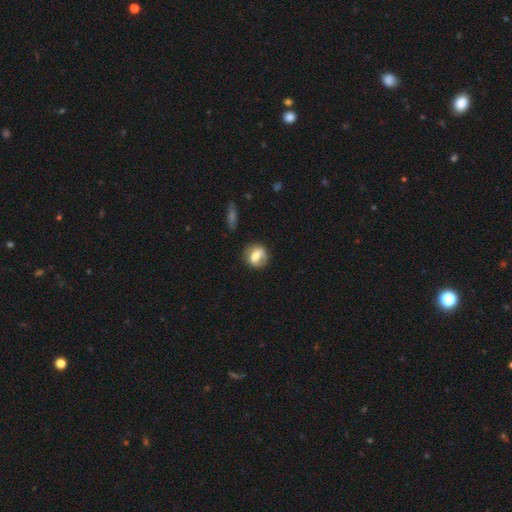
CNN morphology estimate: This appears to be a smooth galaxy with no disk features (59%) that is round (57%). Merging: none (75%).